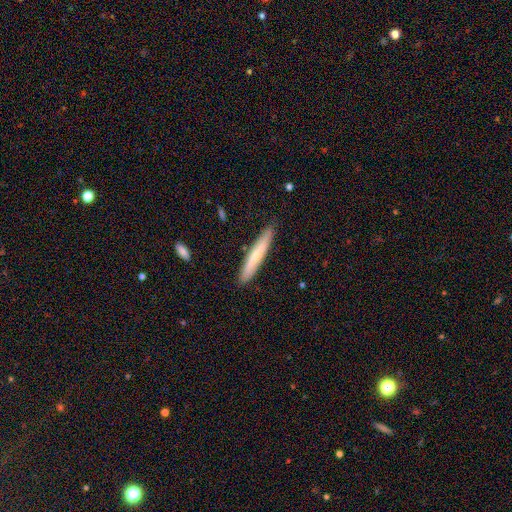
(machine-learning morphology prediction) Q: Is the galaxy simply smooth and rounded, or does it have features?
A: smooth — 54%.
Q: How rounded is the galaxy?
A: cigar-shaped — 92%.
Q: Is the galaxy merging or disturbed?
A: none — 87%.